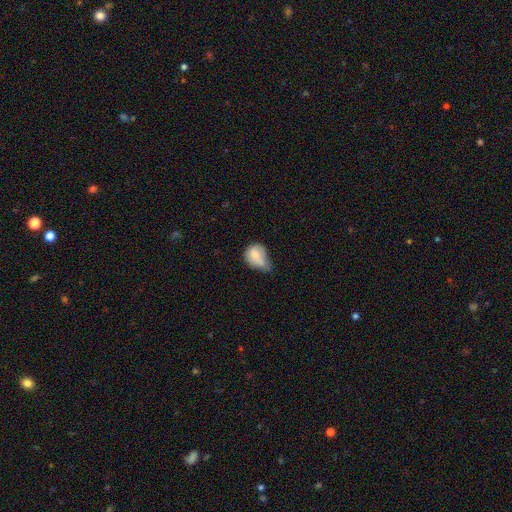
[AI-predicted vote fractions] A smooth galaxy with no disk features (74%) that is in between round and cigar-shaped (54%). Merging: minor disturbance (46%).